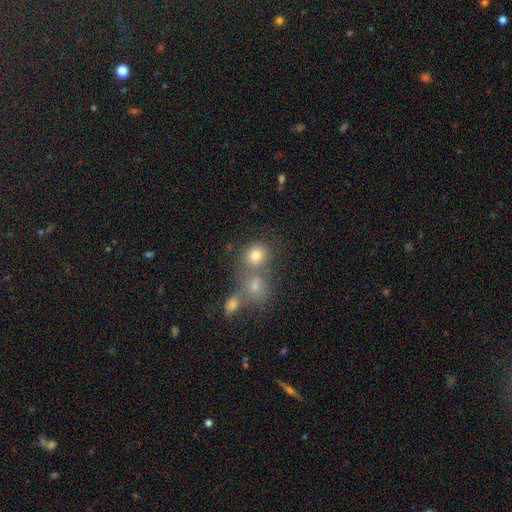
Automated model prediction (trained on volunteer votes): This appears to be a smooth galaxy with no disk features (75%) that is round (77%). Merging: none (51%).